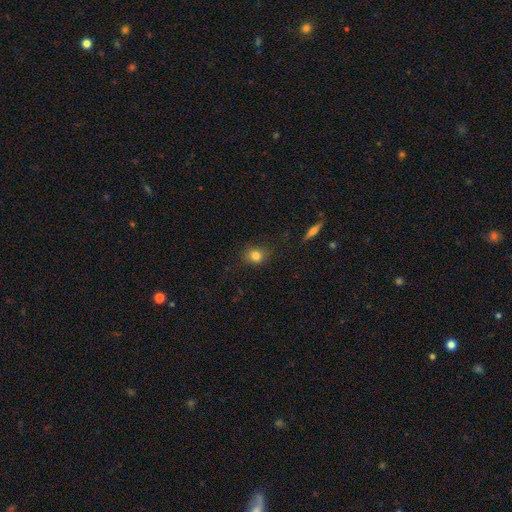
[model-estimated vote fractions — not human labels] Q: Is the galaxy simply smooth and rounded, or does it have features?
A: smooth — 81%.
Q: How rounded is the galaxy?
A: round — 70%.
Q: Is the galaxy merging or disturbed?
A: none — 80%.